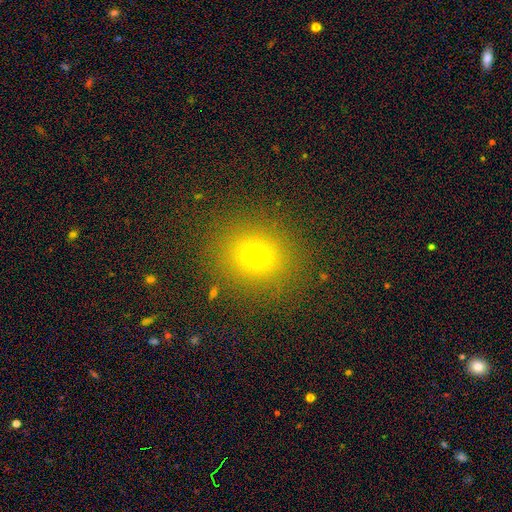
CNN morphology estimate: A smooth galaxy with no disk features (68%) that is round (77%).

Vote fractions:
- Smooth or featured? smooth: 68% / star or artifact: 21% / featured or disk: 10%
- How rounded? round: 77% / in between: 22% / cigar-shaped: 1%
- Merging? none: 87% / minor disturbance: 8% / major disturbance: 3% / merger: 2%